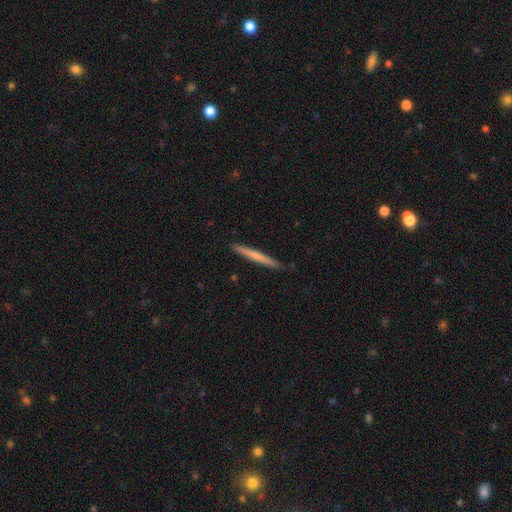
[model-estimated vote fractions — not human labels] This is possibly a smooth galaxy (59%). How rounded: clearly cigar-shaped (97%). Merging: clearly none (90%).